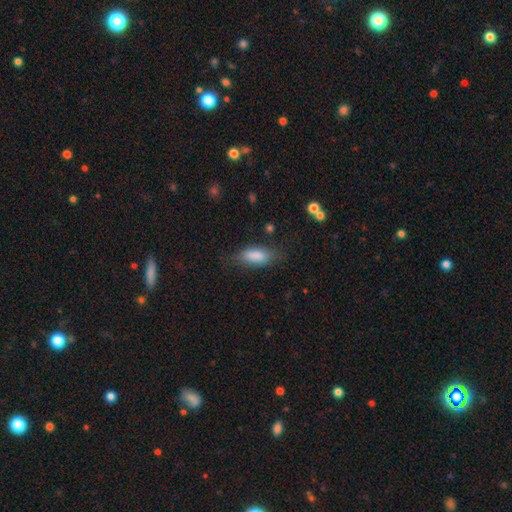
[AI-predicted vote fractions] Morphology: type=smooth (83%); roundness=in between (76%); merging=none (66%).